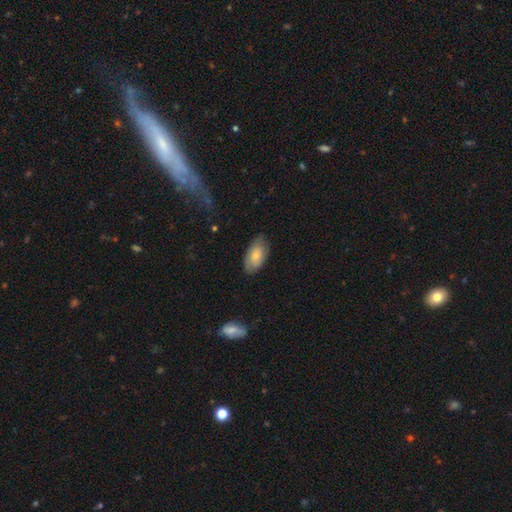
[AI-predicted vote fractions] Morphology: type=smooth (76%); roundness=in between (94%); merging=none (77%).